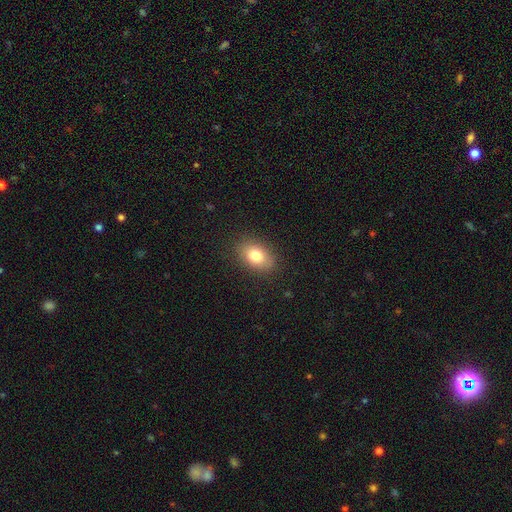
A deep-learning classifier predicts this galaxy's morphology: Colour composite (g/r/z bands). It shows a smooth galaxy with no disk features (80%) that is in between round and cigar-shaped (81%). Merging: none (85%).